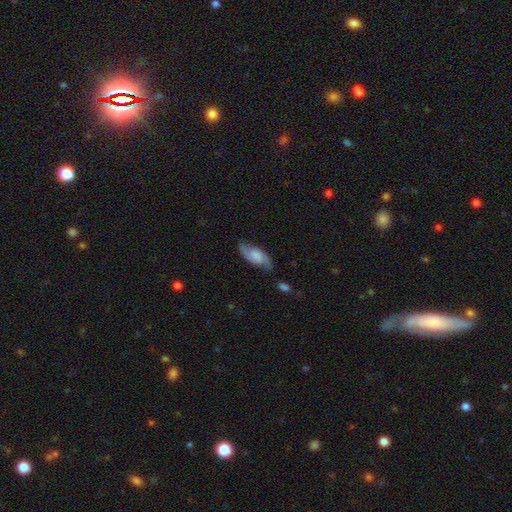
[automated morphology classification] Smooth or featured? Predicted: featured or disk (p=0.60). Edge-on disk? Predicted: no (p=0.90). Bar? Predicted: no (p=0.55). Spiral arms? Predicted: yes (p=0.91). Bulge size? Predicted: none (p=0.32). Merging? Predicted: none (p=0.71).